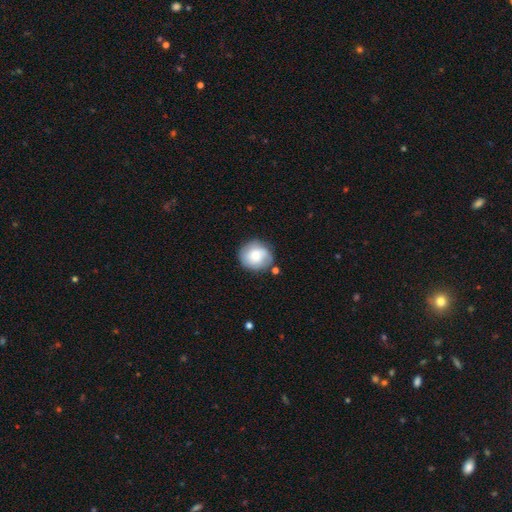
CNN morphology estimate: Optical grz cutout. It shows a smooth galaxy with no disk features (68%) that is round (87%). Merging: none (75%).